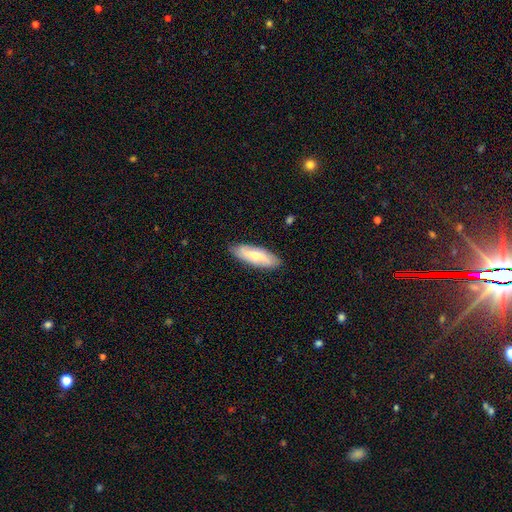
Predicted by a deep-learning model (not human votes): A smooth galaxy with no disk features (51%) that is in between round and cigar-shaped (60%).

Vote fractions:
- Smooth or featured? smooth: 51% / featured or disk: 44% / star or artifact: 6%
- How rounded? in between: 60% / cigar-shaped: 38% / round: 2%
- Merging? none: 86% / minor disturbance: 11% / major disturbance: 2% / merger: 1%